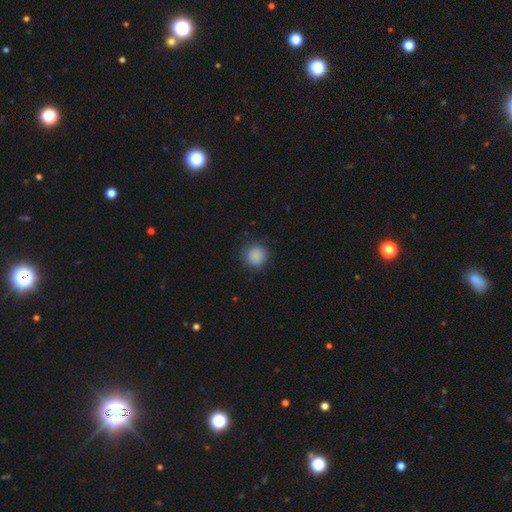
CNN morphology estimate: This is clearly a smooth galaxy (87%). How rounded: clearly round (93%). Merging: clearly none (85%).